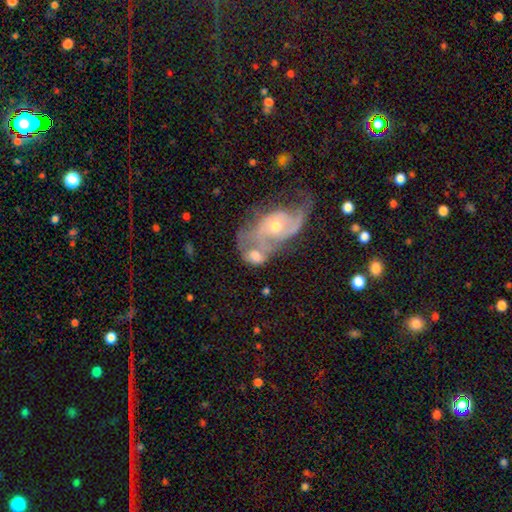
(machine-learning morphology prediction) Smooth or featured? Predicted: featured or disk (p=0.58). Edge-on disk? Predicted: no (p=0.96). Bar? Predicted: no (p=0.72). Spiral arms? Predicted: yes (p=0.68). Bulge size? Predicted: moderate (p=0.58). Merging? Predicted: merger (p=0.65).